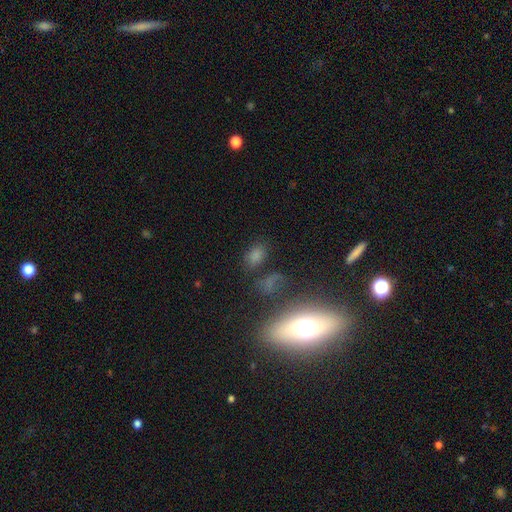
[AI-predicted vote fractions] This is possibly a smooth galaxy (57%). How rounded: likely in between (64%). Merging: likely none (69%).